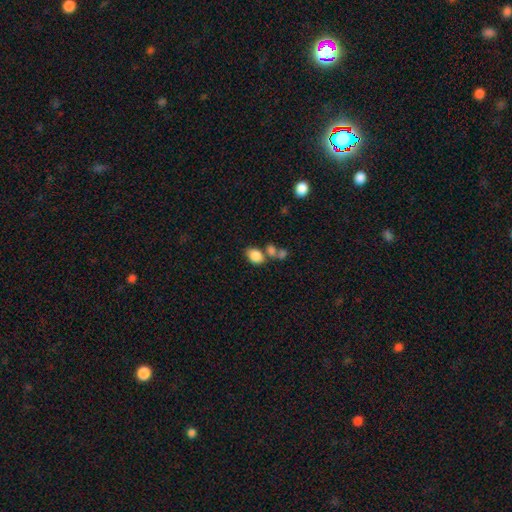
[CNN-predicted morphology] Q: Smooth or featured?
A: smooth (84%); runner-up: star or artifact (9%)
Q: How rounded?
A: in between (77%); runner-up: round (22%)
Q: Merging?
A: none (49%); runner-up: merger (32%)